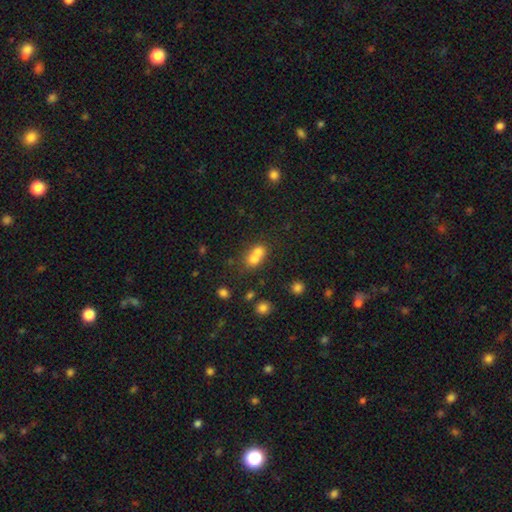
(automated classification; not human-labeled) Q: Smooth or featured?
A: smooth (68%); runner-up: featured or disk (18%)
Q: How rounded?
A: round (59%); runner-up: in between (39%)
Q: Merging?
A: merger (67%); runner-up: none (24%)